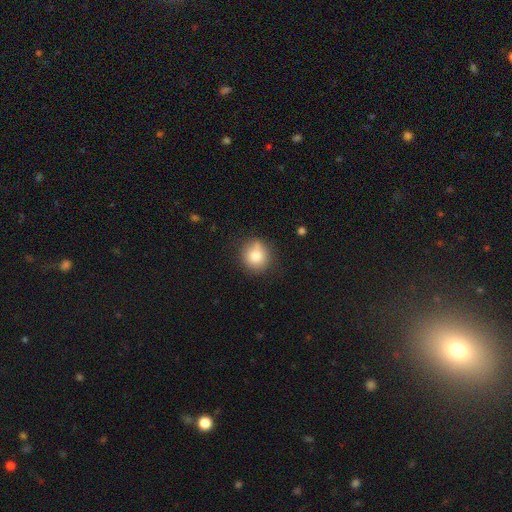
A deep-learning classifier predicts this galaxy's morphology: Smooth or featured: smooth — 80% (featured or disk — 10%)
How rounded: round — 87% (in between — 12%)
Merging: none — 74% (minor disturbance — 18%)